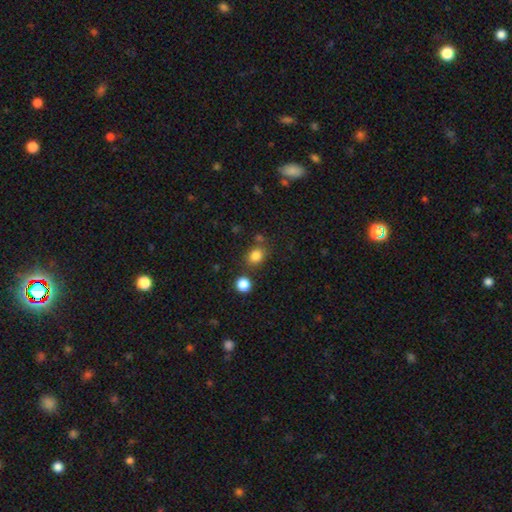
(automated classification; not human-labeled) Q: Smooth or featured?
A: smooth (82%); runner-up: star or artifact (12%)
Q: How rounded?
A: round (54%); runner-up: in between (45%)
Q: Merging?
A: none (74%); runner-up: minor disturbance (12%)